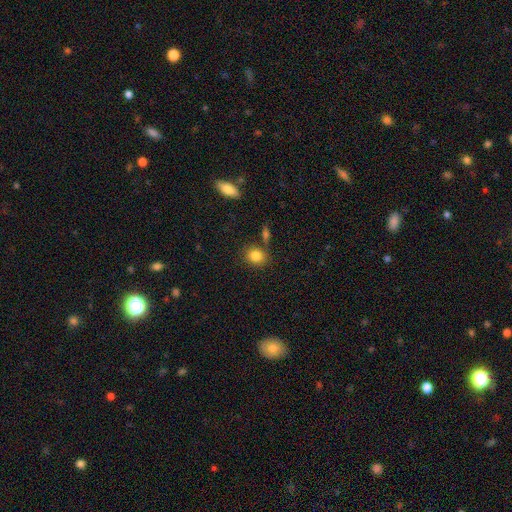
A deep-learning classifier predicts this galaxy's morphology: Smooth or featured?
  - smooth: 84% *
  - star or artifact: 9%
  - featured or disk: 7%
How rounded?
  - round: 64% *
  - in between: 35%
  - cigar-shaped: 1%
Merging?
  - none: 77% *
  - minor disturbance: 11%
  - merger: 9%
  - major disturbance: 3%